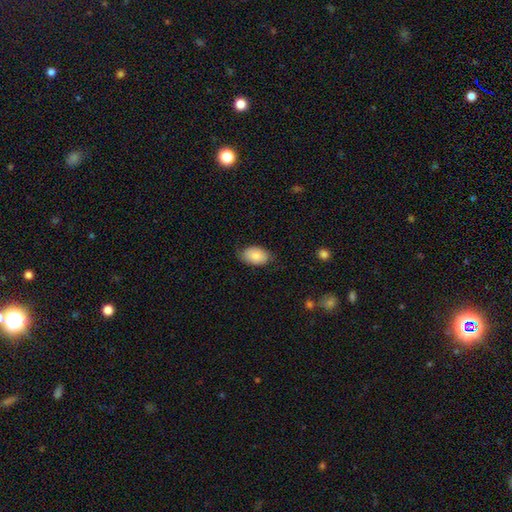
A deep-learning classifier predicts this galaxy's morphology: The model was most divided on "merging": none: 76%, minor disturbance: 19%, major disturbance: 4%, merger: 1%. More confident: how rounded — in between (90%); smooth or featured — smooth (86%).